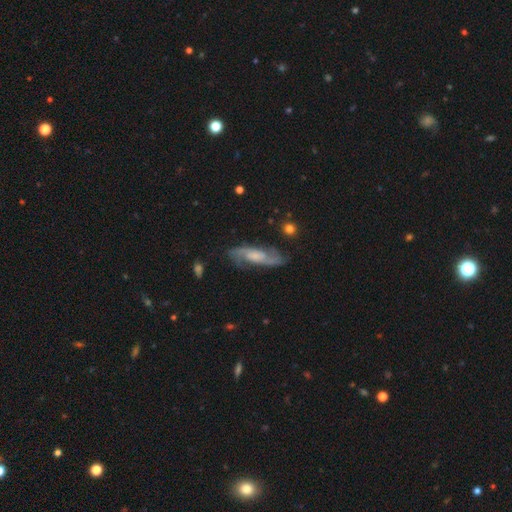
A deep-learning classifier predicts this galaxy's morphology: smooth-or-featured: featured or disk: 80% | smooth: 14% | star or artifact: 6%
  disk-edge-on: no: 87% | yes: 13%
    bar: no: 48% | weak: 41% | strong: 11%
    has-spiral-arms: yes: 95% | no: 5%
      spiral-winding: medium: 50% | loose: 28% | tight: 22%
      spiral-arm-count: 2: 81% | can't tell: 9% | 3: 4% | 1: 2% | 4: 2% | more than 4: 1%
    bulge-size: moderate: 34% | small: 29% | none: 21% | large: 13% | dominant: 2%
  merging: none: 74% | minor disturbance: 17% | major disturbance: 7% | merger: 2%